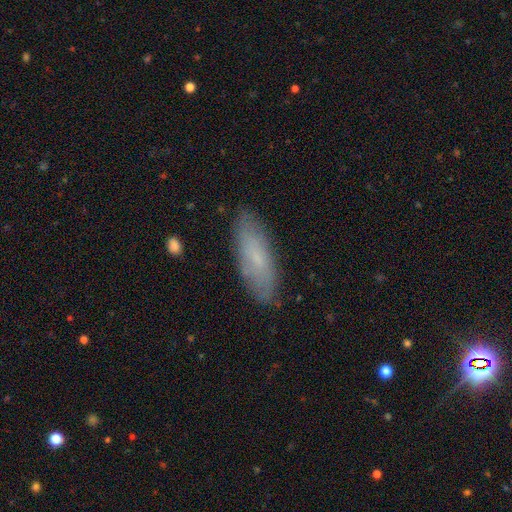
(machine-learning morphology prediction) Q: Smooth or featured?
A: smooth (65%); runner-up: featured or disk (28%)
Q: How rounded?
A: in between (59%); runner-up: cigar-shaped (40%)
Q: Merging?
A: none (83%); runner-up: minor disturbance (13%)